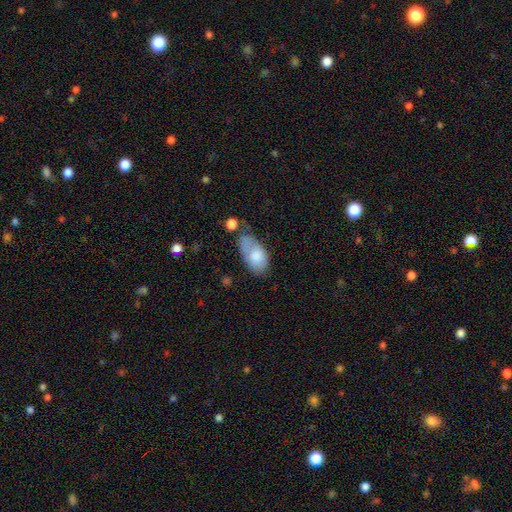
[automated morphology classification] The model was most divided on "merging": none: 34%, minor disturbance: 33%, major disturbance: 19%, merger: 14%. More confident: how rounded — in between (93%); smooth or featured — smooth (76%).